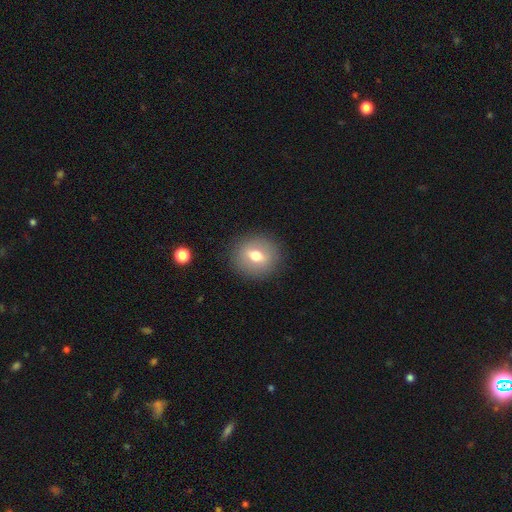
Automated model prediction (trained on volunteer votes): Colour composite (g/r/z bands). It shows a smooth galaxy with no disk features (63%) that is round (73%). Merging: none (87%).